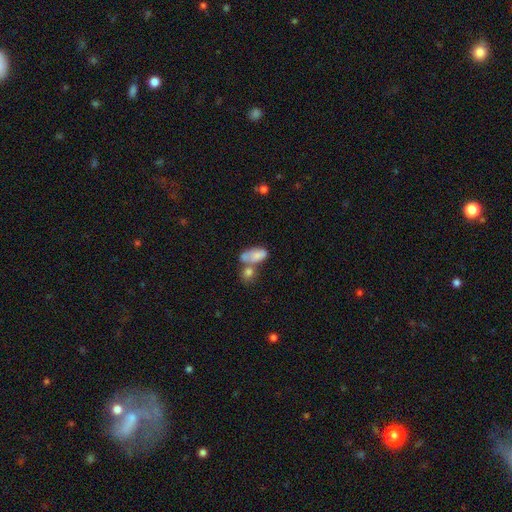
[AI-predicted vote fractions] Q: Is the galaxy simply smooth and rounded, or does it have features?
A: smooth — 70%.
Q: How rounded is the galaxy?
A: in between — 88%.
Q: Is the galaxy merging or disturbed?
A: merger — 51%.